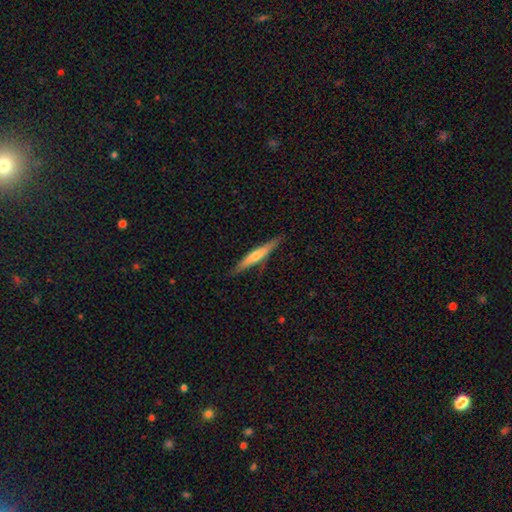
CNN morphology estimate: Smooth or featured?
  - smooth: 48% *
  - featured or disk: 47%
  - star or artifact: 6%
Merging?
  - none: 85% *
  - minor disturbance: 11%
  - major disturbance: 2%
  - merger: 1%